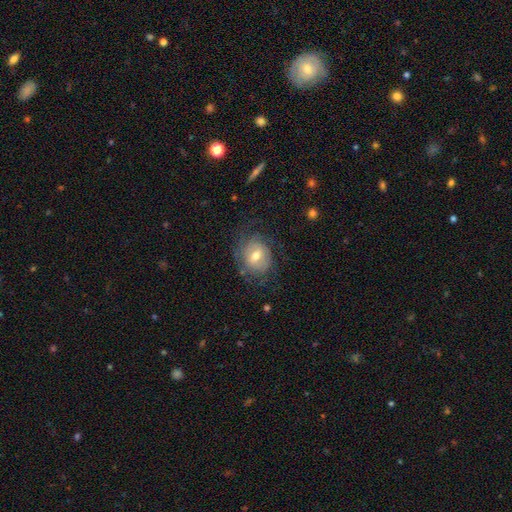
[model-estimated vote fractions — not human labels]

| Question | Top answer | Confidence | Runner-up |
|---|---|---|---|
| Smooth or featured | featured or disk | 59% | smooth (33%) |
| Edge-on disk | no | 96% | yes (4%) |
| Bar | weak | 49% | no (38%) |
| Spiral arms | yes | 75% | no (25%) |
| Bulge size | moderate | 69% | small (23%) |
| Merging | none | 63% | minor disturbance (21%) |